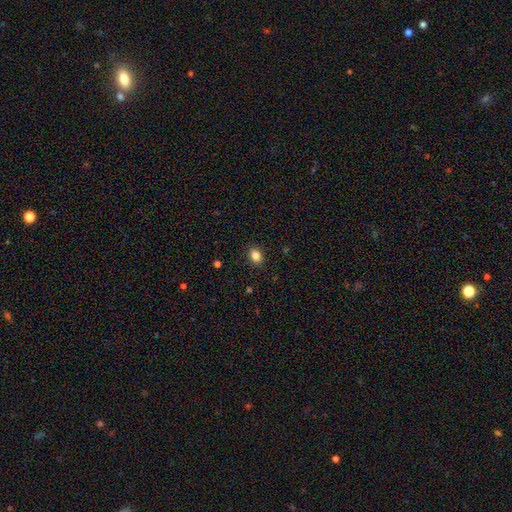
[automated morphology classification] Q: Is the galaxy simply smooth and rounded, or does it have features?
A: smooth — 84%.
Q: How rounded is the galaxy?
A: in between — 59%.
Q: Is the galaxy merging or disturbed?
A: none — 89%.